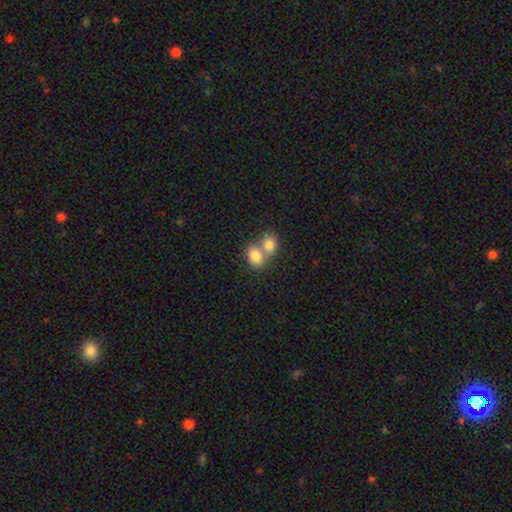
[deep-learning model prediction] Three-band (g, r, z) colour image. It shows a smooth galaxy with no disk features (82%) that is in between round and cigar-shaped (50%). Merging: merger (63%).